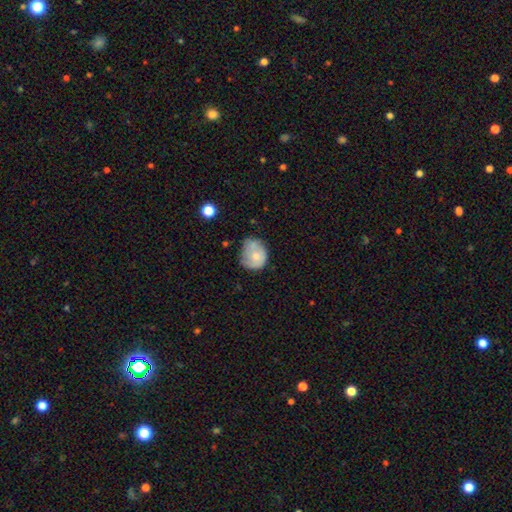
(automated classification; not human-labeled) This is likely a smooth galaxy (62%). How rounded: likely round (65%). Merging: marginally none (43%).